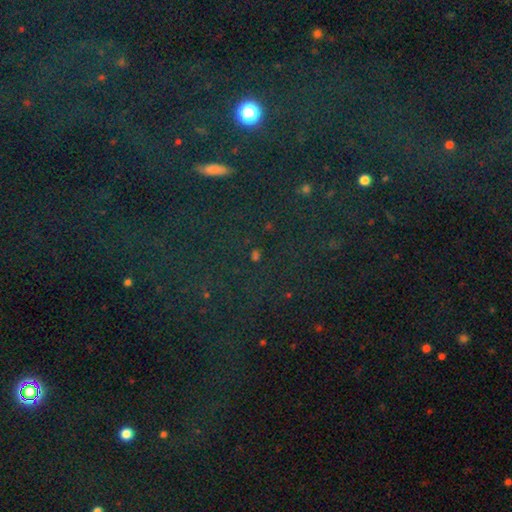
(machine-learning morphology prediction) The model was most divided on "smooth or featured": star or artifact: 61%, smooth: 29%, featured or disk: 9%.